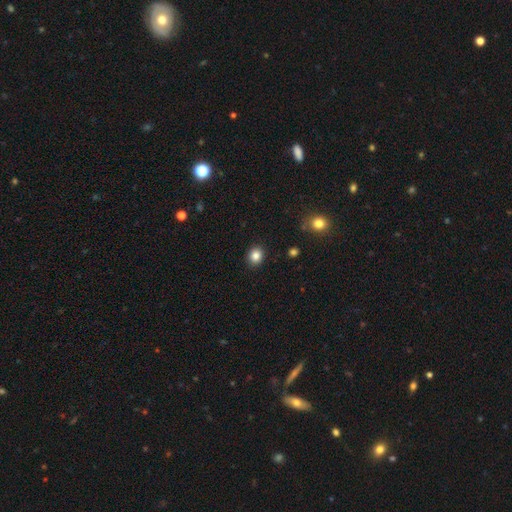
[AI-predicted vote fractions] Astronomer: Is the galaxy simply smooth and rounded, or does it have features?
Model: smooth — 85%.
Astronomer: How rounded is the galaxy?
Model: round — 74%.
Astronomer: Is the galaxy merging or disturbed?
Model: none — 91%.